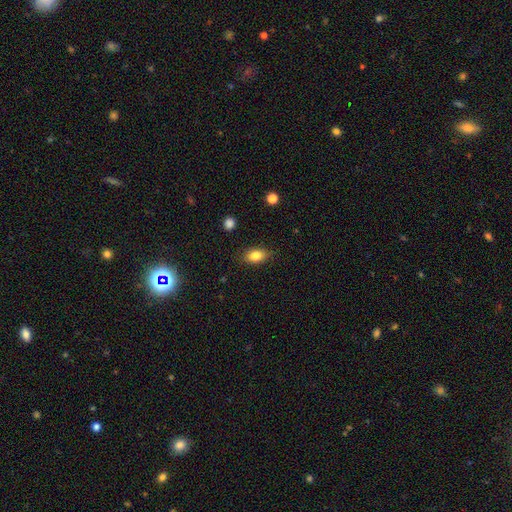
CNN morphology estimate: smooth_or_featured: smooth (p=0.82) [alt: featured or disk p=0.09]
how_rounded: in between (p=0.84) [alt: round p=0.12]
merging: none (p=0.85) [alt: minor disturbance p=0.12]